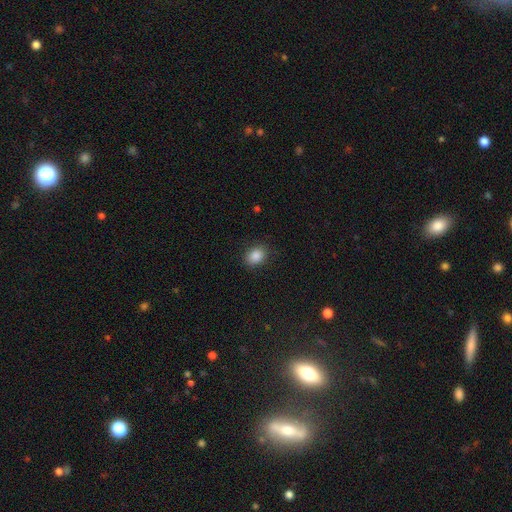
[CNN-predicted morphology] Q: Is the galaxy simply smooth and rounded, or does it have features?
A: smooth — 87%.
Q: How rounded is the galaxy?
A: in between — 64%.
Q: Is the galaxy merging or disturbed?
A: none — 86%.